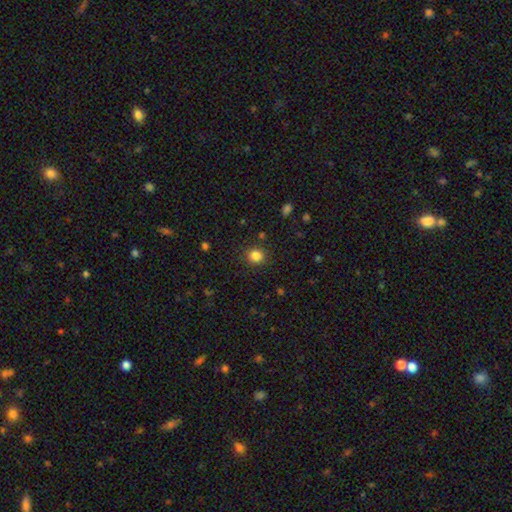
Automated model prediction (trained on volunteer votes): smooth 84%, star or artifact 12%, featured or disk 4%. Down the decision tree: how rounded — round (84%); merging — none (89%).